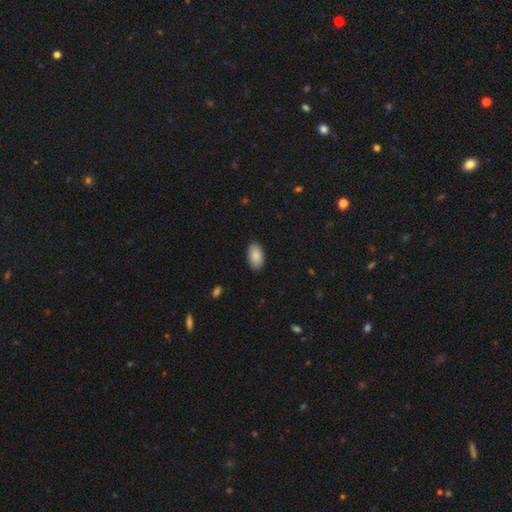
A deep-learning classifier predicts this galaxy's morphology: Smooth or featured? Predicted: smooth (p=0.88). How rounded? Predicted: in between (p=0.95). Merging? Predicted: none (p=0.88).